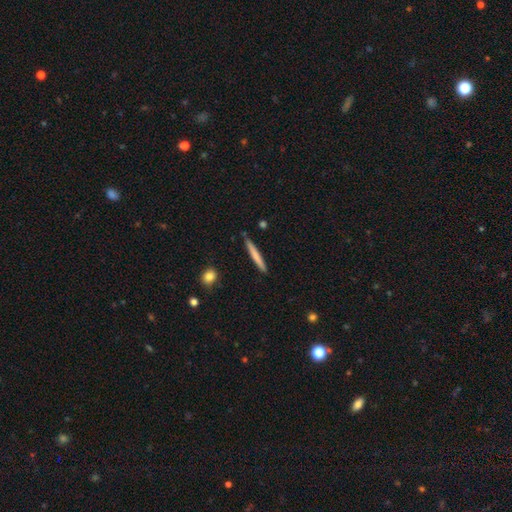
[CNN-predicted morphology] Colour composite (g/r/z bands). It shows a smooth galaxy with no disk features (69%) that is cigar-shaped (96%). Merging: none (87%).